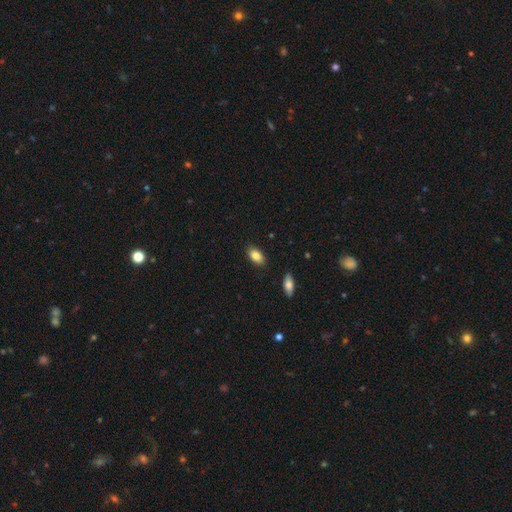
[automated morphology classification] smooth 84%, featured or disk 8%, star or artifact 7%. Down the decision tree: how rounded — in between (91%); merging — none (87%).